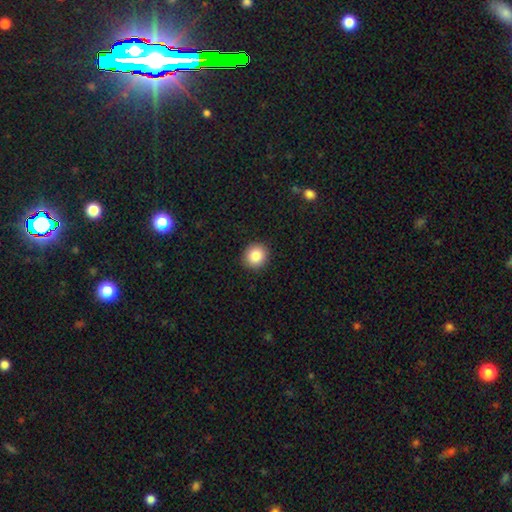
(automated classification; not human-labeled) Smooth or featured?
  - smooth: 84% *
  - star or artifact: 9%
  - featured or disk: 6%
How rounded?
  - round: 88% *
  - in between: 11%
  - cigar-shaped: 1%
Merging?
  - none: 92% *
  - minor disturbance: 5%
  - major disturbance: 2%
  - merger: 1%